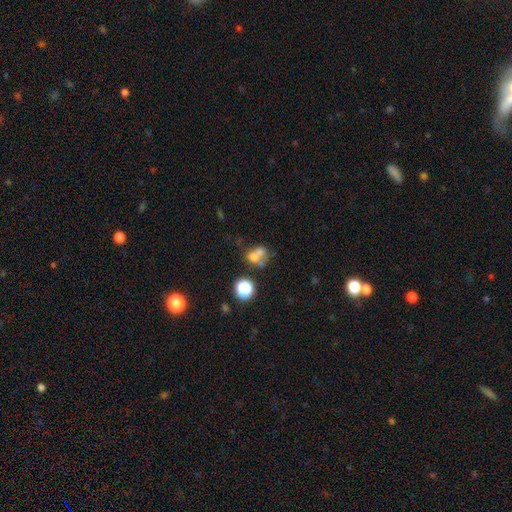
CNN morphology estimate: A smooth galaxy with no disk features (60%) that is round (64%).

Vote fractions:
- Smooth or featured? smooth: 60% / featured or disk: 22% / star or artifact: 18%
- How rounded? round: 64% / in between: 35% / cigar-shaped: 1%
- Merging? merger: 56% / none: 28% / minor disturbance: 8% / major disturbance: 7%